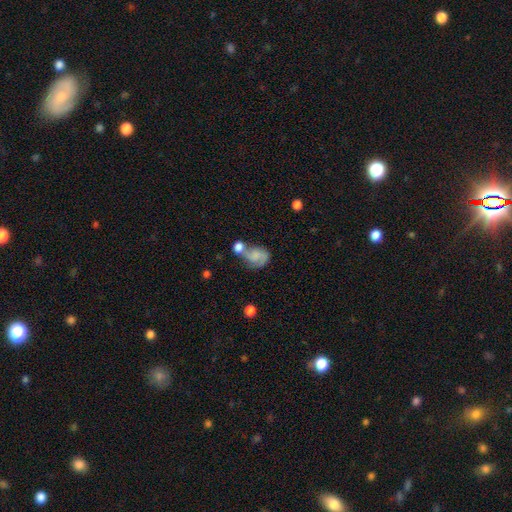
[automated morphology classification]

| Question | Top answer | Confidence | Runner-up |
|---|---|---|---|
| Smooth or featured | smooth | 49% | featured or disk (41%) |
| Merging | merger | 46% | none (25%) |